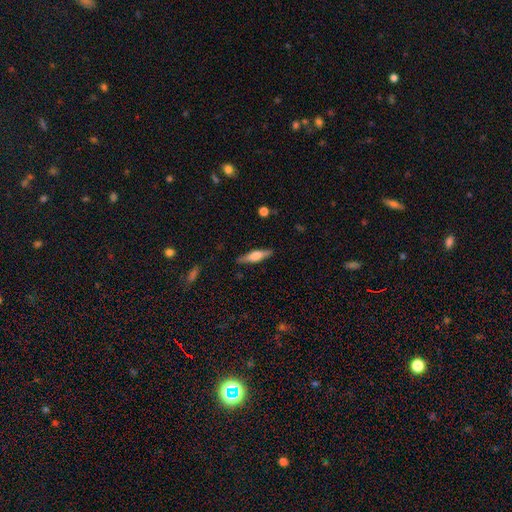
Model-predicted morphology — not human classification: smooth-or-featured: featured or disk: 50% | smooth: 44% | star or artifact: 6%
  disk-edge-on: yes: 95% | no: 5%
  merging: none: 87% | minor disturbance: 10% | major disturbance: 2% | merger: 1%